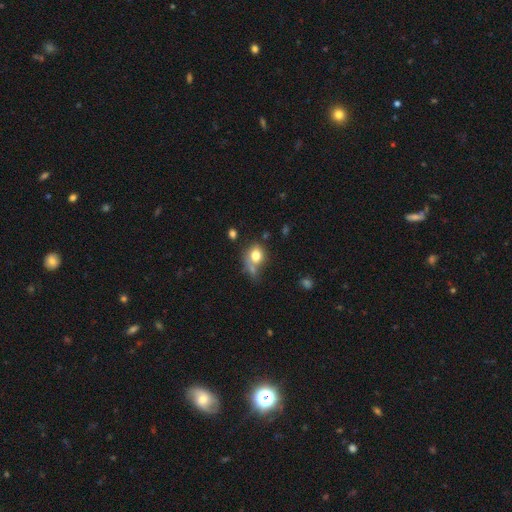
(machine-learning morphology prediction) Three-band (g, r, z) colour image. It shows a smooth galaxy with no disk features (77%) that is round (51%). Merging: none (45%).